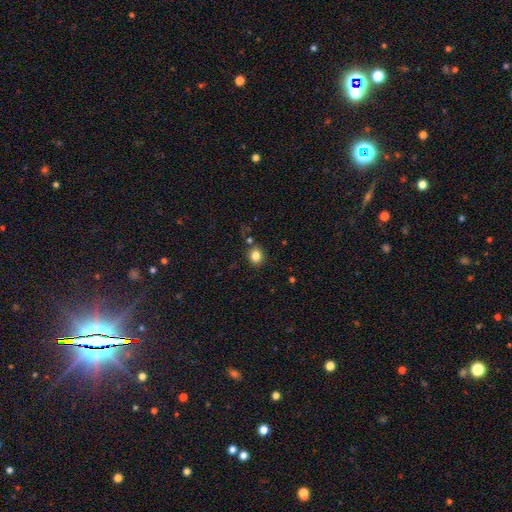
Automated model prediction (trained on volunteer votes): This is clearly a smooth galaxy (83%). How rounded: likely round (78%). Merging: clearly none (82%).